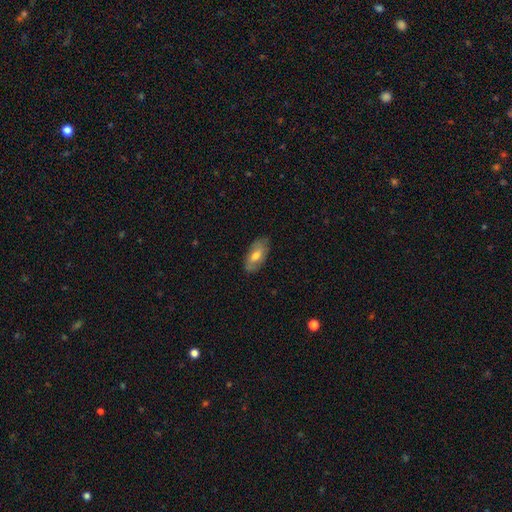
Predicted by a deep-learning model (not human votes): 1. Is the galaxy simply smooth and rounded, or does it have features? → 57% smooth, 36% featured or disk, 6% star or artifact.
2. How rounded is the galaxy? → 91% in between, 6% cigar-shaped, 3% round.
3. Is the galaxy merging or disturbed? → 80% none, 16% minor disturbance, 3% major disturbance, 1% merger.